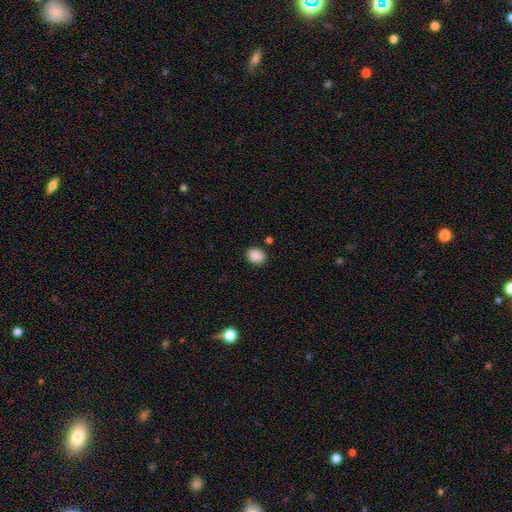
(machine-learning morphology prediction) A smooth galaxy with no disk features (89%) that is in between round and cigar-shaped (50%).

Vote fractions:
- Smooth or featured? smooth: 89% / star or artifact: 9% / featured or disk: 3%
- How rounded? in between: 50% / round: 49% / cigar-shaped: 1%
- Merging? none: 85% / minor disturbance: 9% / major disturbance: 3% / merger: 3%